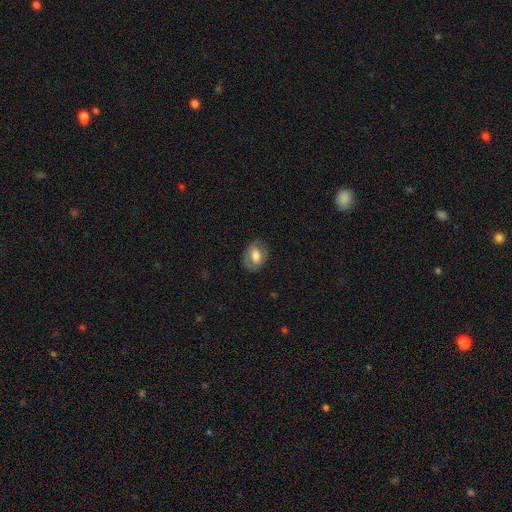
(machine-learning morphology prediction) This appears to be a smooth galaxy with no disk features (62%) that is in between round and cigar-shaped (77%). Merging: none (71%).